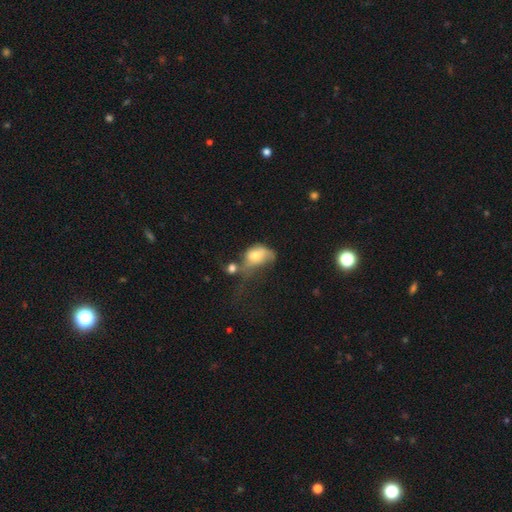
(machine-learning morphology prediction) Smooth or featured: smooth — 58% (featured or disk — 32%)
How rounded: in between — 74% (round — 24%)
Merging: major disturbance — 35% (merger — 32%)